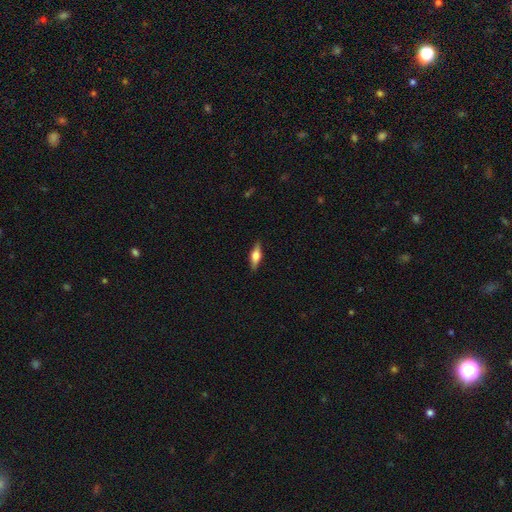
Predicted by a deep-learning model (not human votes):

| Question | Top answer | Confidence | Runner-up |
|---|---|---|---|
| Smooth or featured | featured or disk | 52% | smooth (42%) |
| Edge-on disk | yes | 94% | no (6%) |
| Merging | none | 88% | minor disturbance (9%) |